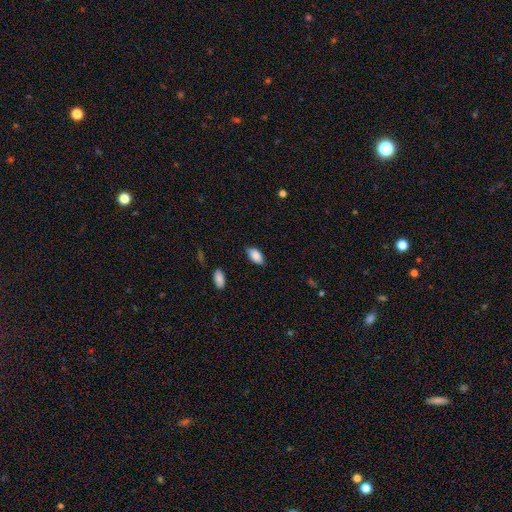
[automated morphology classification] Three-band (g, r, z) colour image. It shows a smooth galaxy with no disk features (87%) that is in between round and cigar-shaped (94%). Merging: none (83%).